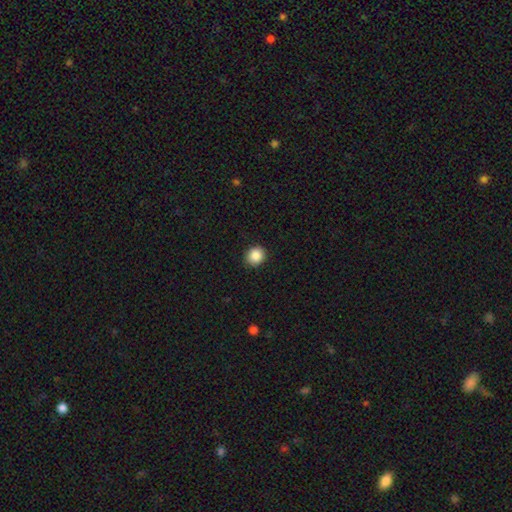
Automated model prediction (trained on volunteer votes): This is clearly a smooth galaxy (88%). How rounded: clearly round (85%). Merging: clearly none (91%).